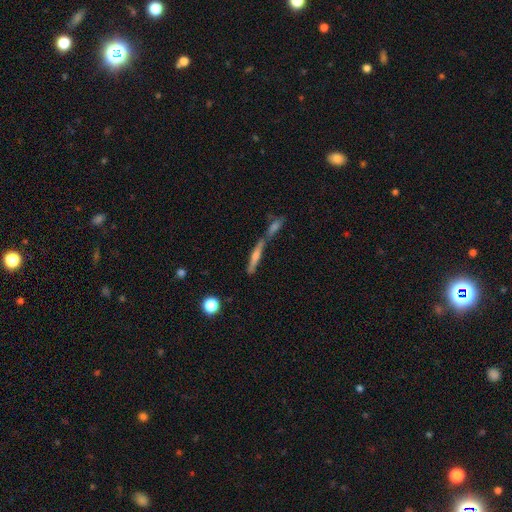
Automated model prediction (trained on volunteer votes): Smooth or featured? featured or disk (57%)
Edge-on disk? yes (85%)
Merging? merger (47%)